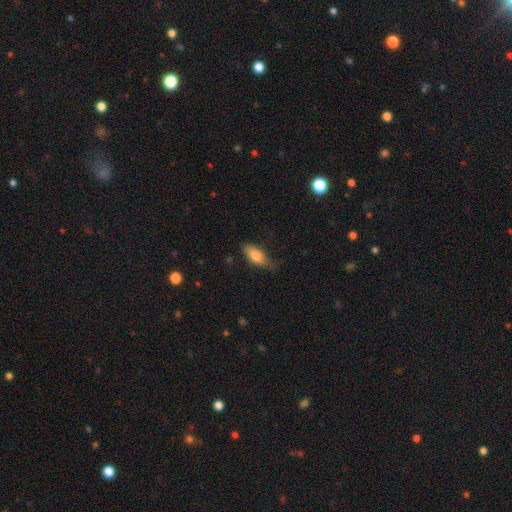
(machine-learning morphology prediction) Smooth or featured?
  - smooth: 77% *
  - featured or disk: 16%
  - star or artifact: 7%
How rounded?
  - in between: 84% *
  - cigar-shaped: 13%
  - round: 3%
Merging?
  - none: 52% *
  - minor disturbance: 34%
  - major disturbance: 11%
  - merger: 2%